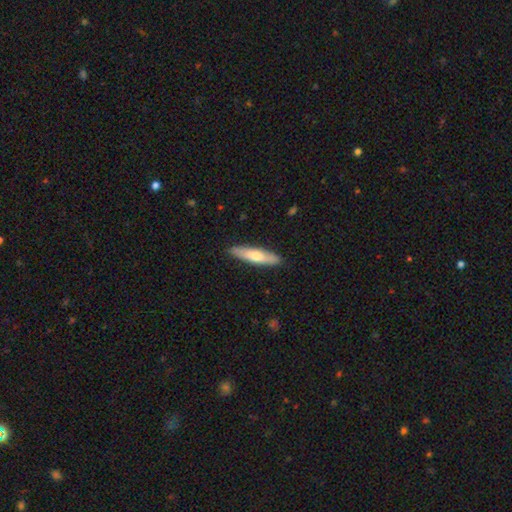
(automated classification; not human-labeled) smooth-or-featured: smooth: 65% | featured or disk: 29% | star or artifact: 5%
  how-rounded: cigar-shaped: 77% | in between: 21% | round: 2%
  merging: none: 88% | minor disturbance: 9% | major disturbance: 2% | merger: 1%